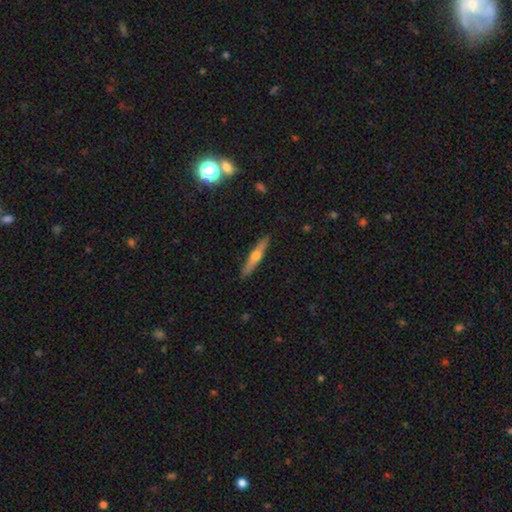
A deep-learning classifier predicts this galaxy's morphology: This appears to be a featured or disk galaxy (54%) viewed edge-on (94%) with a rounded central bulge (89%). Merging: none (90%).